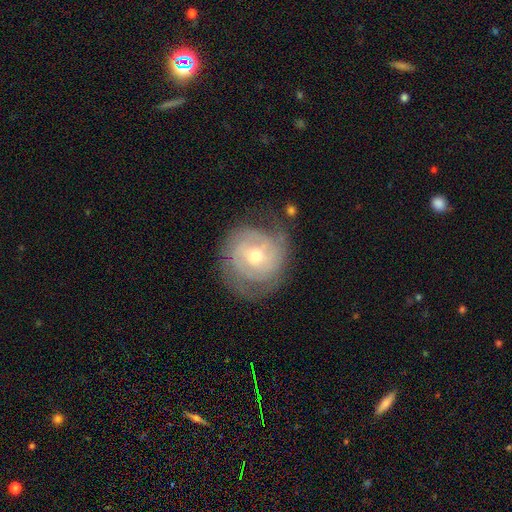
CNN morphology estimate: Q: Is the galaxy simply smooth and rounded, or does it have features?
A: featured or disk — 75%.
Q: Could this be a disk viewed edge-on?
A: no — 97%.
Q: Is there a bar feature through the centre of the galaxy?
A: no — 58%.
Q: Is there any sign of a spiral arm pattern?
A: yes — 87%.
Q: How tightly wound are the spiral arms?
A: tight — 68%.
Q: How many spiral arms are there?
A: can't tell — 41%.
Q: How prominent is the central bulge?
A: moderate — 52%.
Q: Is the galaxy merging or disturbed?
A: none — 66%.